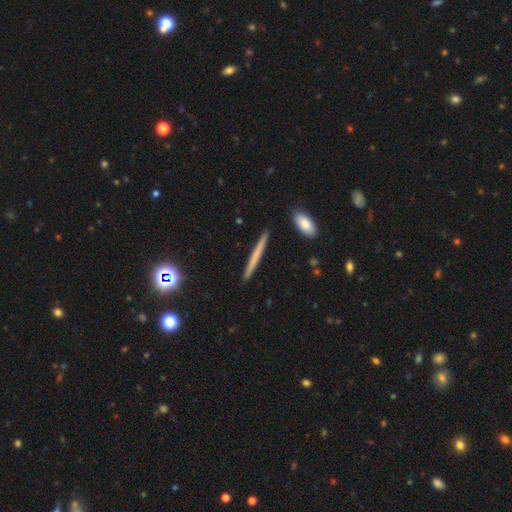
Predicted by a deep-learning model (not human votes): Morphology: type=smooth (55%); roundness=cigar-shaped (96%); merging=none (91%).